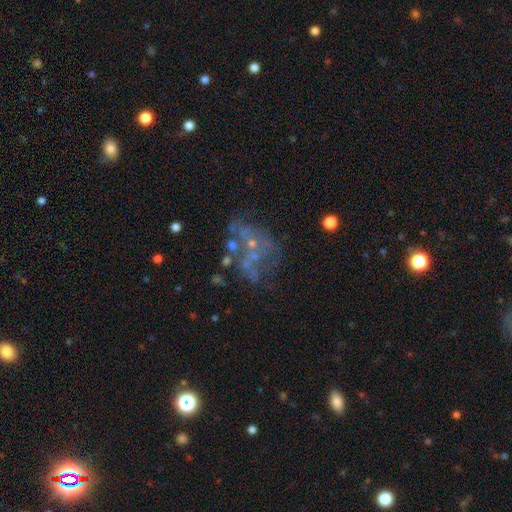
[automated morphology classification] A featured or disk galaxy (58%) with no bar (90%), no spiral arms (85%) and no central bulge (57%). Merging: none (40%).